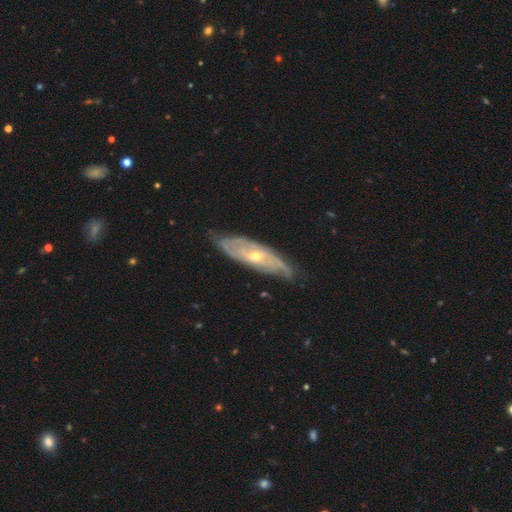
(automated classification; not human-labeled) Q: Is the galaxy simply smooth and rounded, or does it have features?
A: featured or disk — 83%.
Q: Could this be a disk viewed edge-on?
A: no — 79%.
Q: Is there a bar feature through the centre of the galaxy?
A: no — 66%.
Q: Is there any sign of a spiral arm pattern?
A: yes — 92%.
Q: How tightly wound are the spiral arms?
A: tight — 63%.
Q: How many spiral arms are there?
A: can't tell — 45%.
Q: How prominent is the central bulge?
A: small — 54%.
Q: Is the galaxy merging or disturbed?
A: none — 74%.